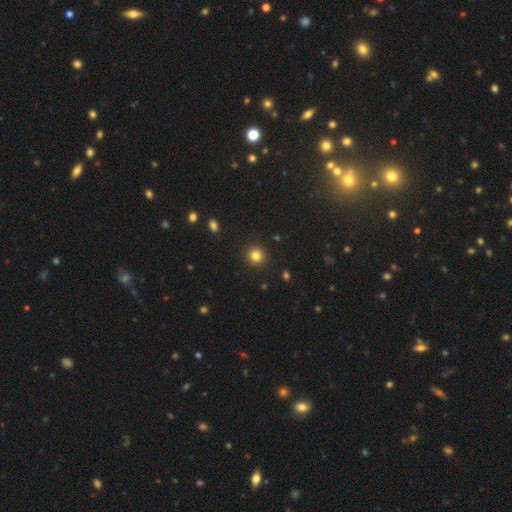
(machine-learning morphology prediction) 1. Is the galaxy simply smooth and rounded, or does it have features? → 83% smooth, 12% star or artifact, 5% featured or disk.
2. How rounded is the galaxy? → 93% round, 6% in between, 1% cigar-shaped.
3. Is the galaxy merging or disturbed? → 92% none, 5% minor disturbance, 2% major disturbance, 1% merger.